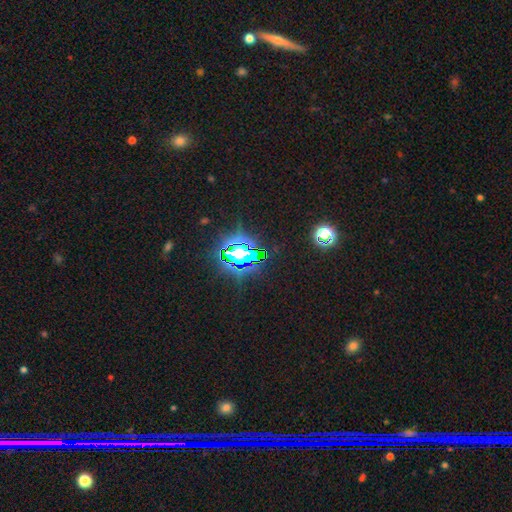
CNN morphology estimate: Smooth or featured?
  - star or artifact: 77% *
  - smooth: 13%
  - featured or disk: 10%